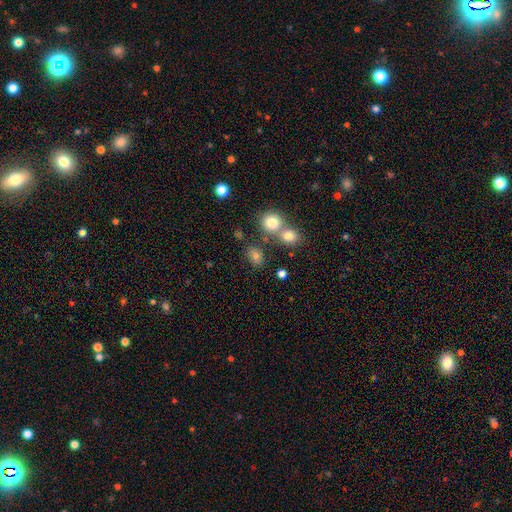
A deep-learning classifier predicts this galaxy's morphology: This is likely a smooth galaxy (74%). How rounded: possibly in between (50%). Merging: likely none (62%).